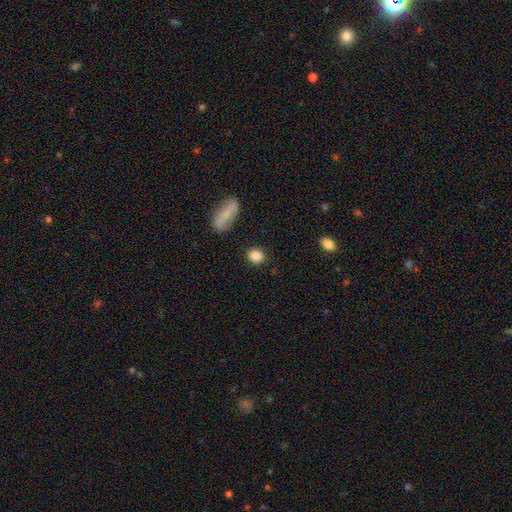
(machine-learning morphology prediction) The model was most divided on "how rounded": round: 60%, in between: 38%, cigar-shaped: 2%. More confident: smooth or featured — smooth (86%); merging — none (83%).